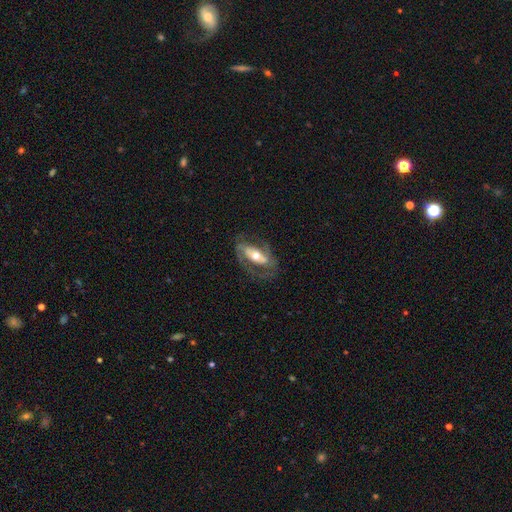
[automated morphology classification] type=featured or disk (71%); edge-on=no (86%); bar=strong (43%); spiral arms=yes (73%); bulge=moderate (65%); merging=none (65%).